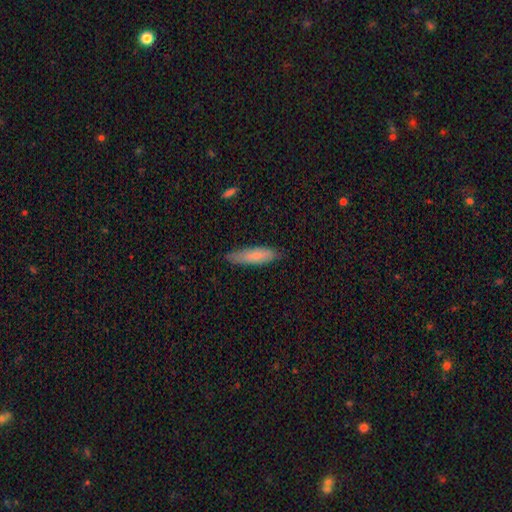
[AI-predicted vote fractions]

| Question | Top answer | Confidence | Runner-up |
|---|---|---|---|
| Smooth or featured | smooth | 77% | featured or disk (17%) |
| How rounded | cigar-shaped | 71% | in between (27%) |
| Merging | none | 78% | minor disturbance (18%) |